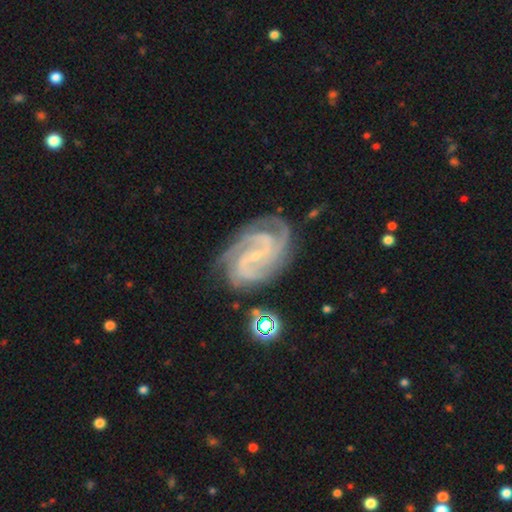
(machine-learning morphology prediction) Smooth or featured?
  - featured or disk: 91% *
  - star or artifact: 5%
  - smooth: 4%
Edge-on disk?
  - no: 98% *
  - yes: 2%
Bar?
  - no: 43% *
  - weak: 39%
  - strong: 19%
Spiral arms?
  - yes: 98% *
  - no: 2%
Spiral winding?
  - tight: 55% *
  - medium: 39%
  - loose: 6%
Spiral arm count?
  - 3: 37% *
  - 2: 20%
  - 4: 20%
  - can't tell: 10%
  - more than 4: 6%
  - 1: 6%
Bulge size?
  - small: 83% *
  - moderate: 10%
  - none: 5%
  - large: 1%
  - dominant: 1%
Merging?
  - none: 75% *
  - minor disturbance: 17%
  - major disturbance: 6%
  - merger: 2%